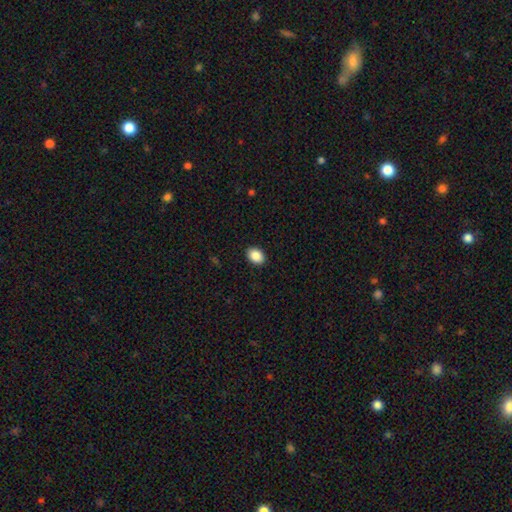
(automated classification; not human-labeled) Smooth or featured: smooth — 89% (star or artifact — 8%)
How rounded: in between — 76% (round — 23%)
Merging: none — 91% (minor disturbance — 7%)